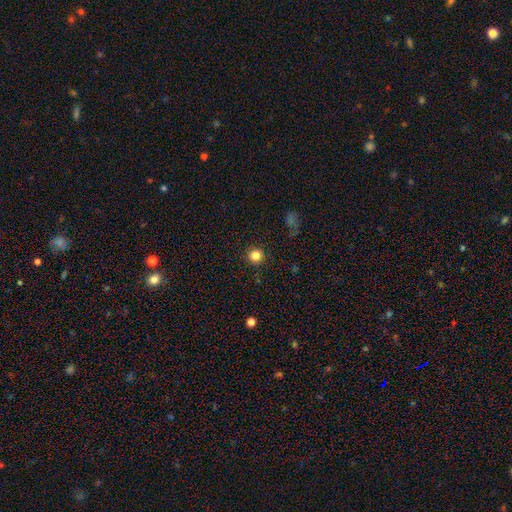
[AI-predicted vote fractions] Overall: smooth (83%). How rounded: round (94%). Merging: none (91%).